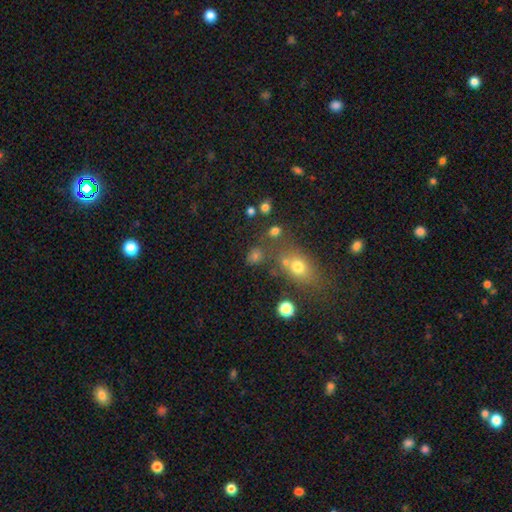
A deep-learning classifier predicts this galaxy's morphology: This appears to be a smooth galaxy with no disk features (62%) that is round (55%). Merging: none (60%).